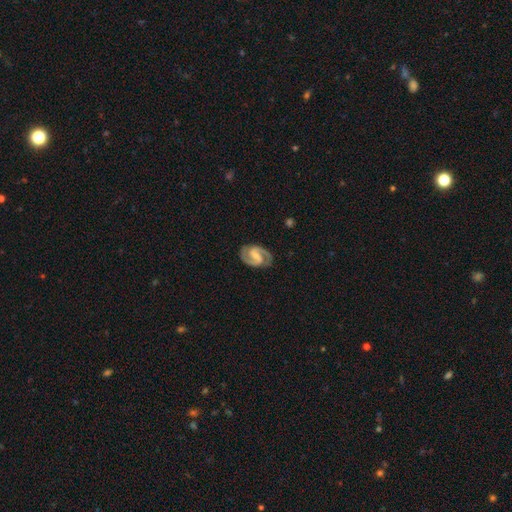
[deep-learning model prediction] Smooth or featured?
  - featured or disk: 90% *
  - smooth: 6%
  - star or artifact: 4%
Edge-on disk?
  - no: 98% *
  - yes: 2%
Bar?
  - weak: 47% *
  - strong: 35%
  - no: 18%
Spiral arms?
  - yes: 98% *
  - no: 2%
Spiral winding?
  - medium: 55% *
  - tight: 35%
  - loose: 10%
Spiral arm count?
  - 2: 94% *
  - can't tell: 2%
  - 1: 1%
  - 3: 1%
  - 4: 1%
  - more than 4: 1%
Bulge size?
  - none: 35% *
  - small: 31%
  - moderate: 27%
  - large: 5%
  - dominant: 1%
Merging?
  - none: 85% *
  - minor disturbance: 11%
  - major disturbance: 3%
  - merger: 1%